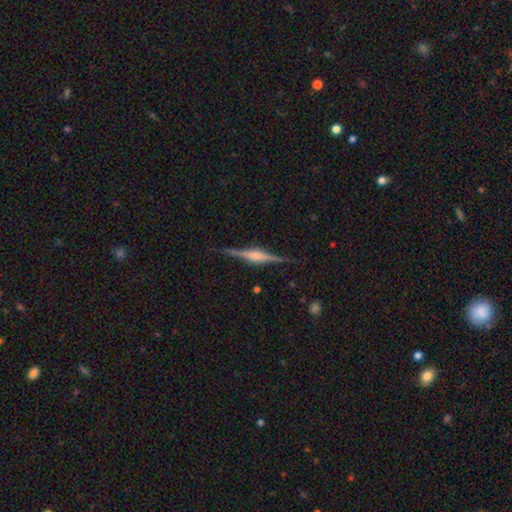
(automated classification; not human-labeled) Smooth or featured? featured or disk (85%)
Edge-on disk? yes (98%)
Edge-on bulge? rounded (72%)
Merging? none (88%)